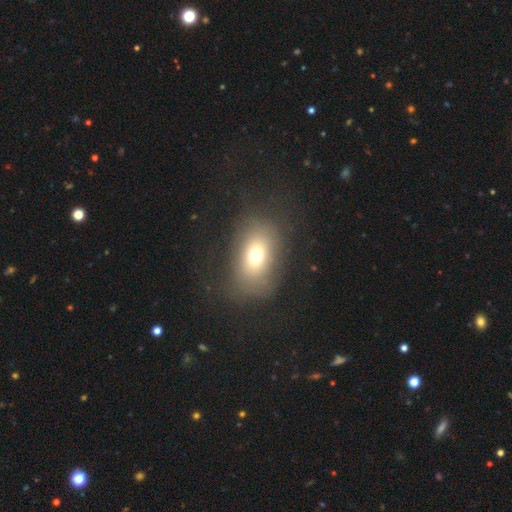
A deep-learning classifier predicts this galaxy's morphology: smooth_or_featured: smooth (p=0.69) [alt: featured or disk p=0.17]
how_rounded: in between (p=0.72) [alt: round p=0.26]
merging: none (p=0.71) [alt: minor disturbance p=0.15]